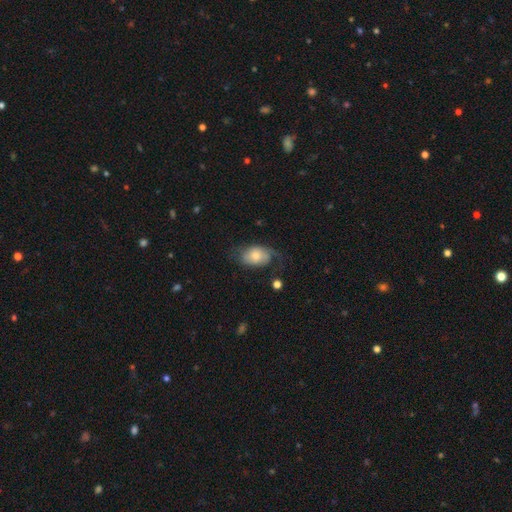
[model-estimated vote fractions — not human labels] This appears to be a smooth galaxy with no disk features (54%) that is in between round and cigar-shaped (83%). Merging: none (44%).